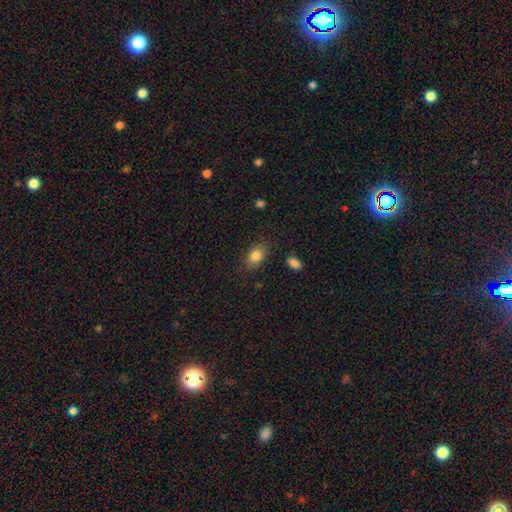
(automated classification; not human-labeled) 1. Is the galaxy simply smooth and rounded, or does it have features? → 83% smooth, 9% star or artifact, 8% featured or disk.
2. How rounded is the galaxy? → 80% in between, 18% round, 2% cigar-shaped.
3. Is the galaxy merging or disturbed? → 82% none, 13% minor disturbance, 4% major disturbance, 2% merger.